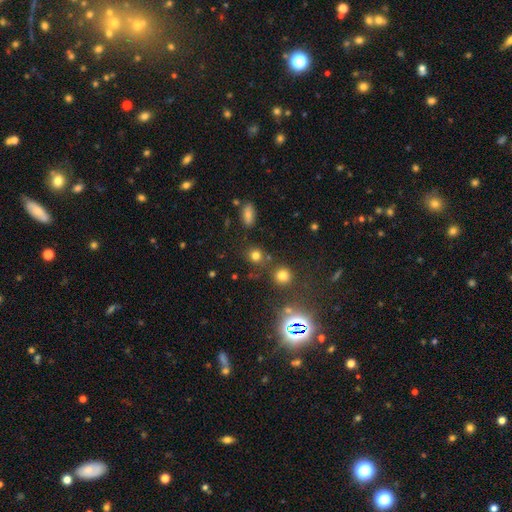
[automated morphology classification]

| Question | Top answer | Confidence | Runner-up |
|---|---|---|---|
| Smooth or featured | smooth | 72% | star or artifact (21%) |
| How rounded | round | 85% | in between (14%) |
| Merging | none | 77% | minor disturbance (10%) |